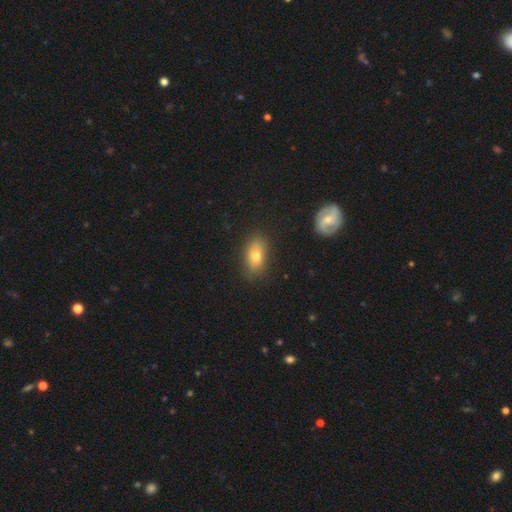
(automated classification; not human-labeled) This is likely a smooth galaxy (71%). How rounded: clearly in between (86%). Merging: clearly none (82%).